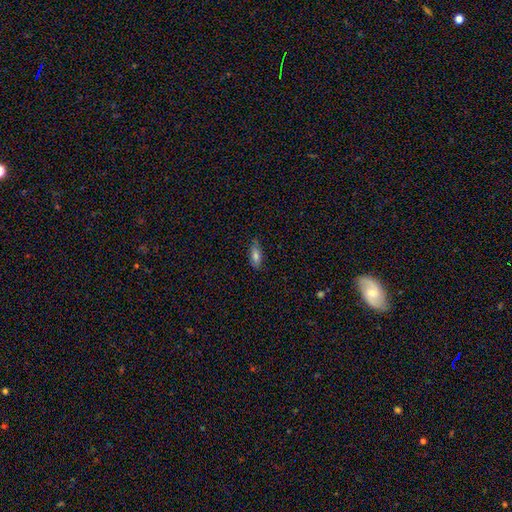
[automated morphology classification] The model was most divided on "how rounded": in between: 68%, cigar-shaped: 29%, round: 3%. More confident: smooth or featured — smooth (76%); merging — none (76%).